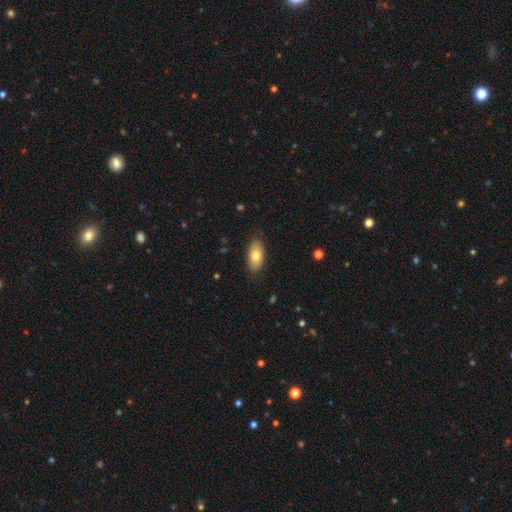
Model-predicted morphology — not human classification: The model was most divided on "smooth or featured": smooth: 75%, featured or disk: 19%, star or artifact: 6%. More confident: how rounded — in between (92%); merging — none (84%).